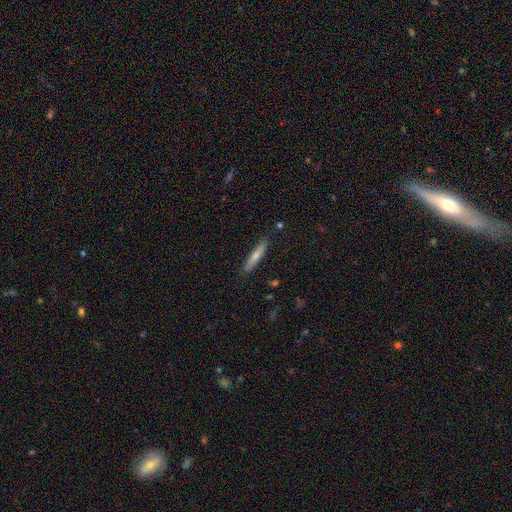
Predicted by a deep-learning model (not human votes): A smooth galaxy with no disk features (64%) that is cigar-shaped (91%).

Vote fractions:
- Smooth or featured? smooth: 64% / featured or disk: 30% / star or artifact: 6%
- How rounded? cigar-shaped: 91% / in between: 8% / round: 1%
- Merging? none: 88% / minor disturbance: 9% / major disturbance: 2% / merger: 1%